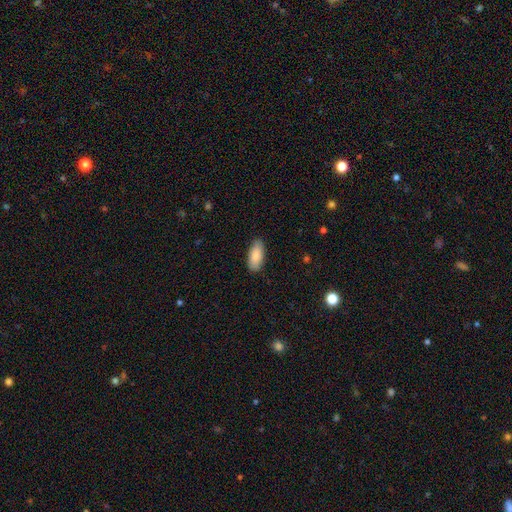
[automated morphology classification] Smooth or featured?
  - smooth: 87% *
  - featured or disk: 7%
  - star or artifact: 6%
How rounded?
  - in between: 88% *
  - cigar-shaped: 10%
  - round: 2%
Merging?
  - none: 87% *
  - minor disturbance: 10%
  - major disturbance: 2%
  - merger: 1%